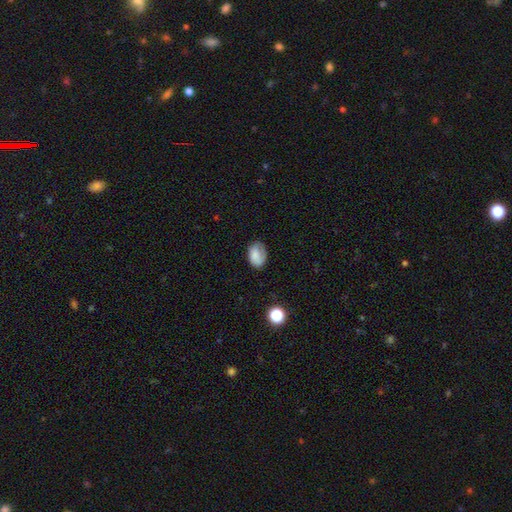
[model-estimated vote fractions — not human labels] A smooth galaxy with no disk features (80%) that is in between round and cigar-shaped (83%). Merging: none (63%).